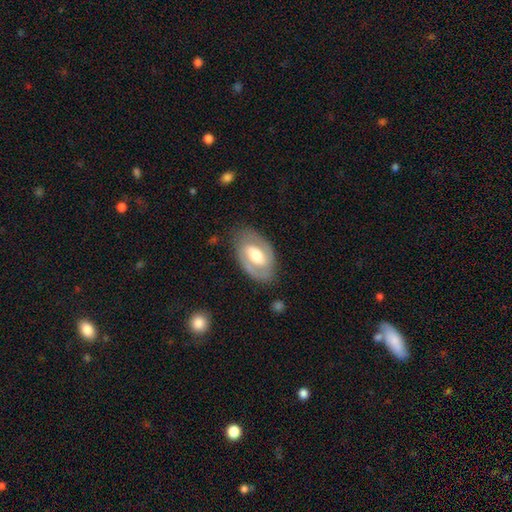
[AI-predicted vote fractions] Overall: featured or disk (67%; smooth 28%). Edge-on disk: no (94%). Bar: weak (39%; no 32%). Spiral arms: yes (62%; no 38%). Bulge size: moderate (60%; large 26%). Merging: none (76%).